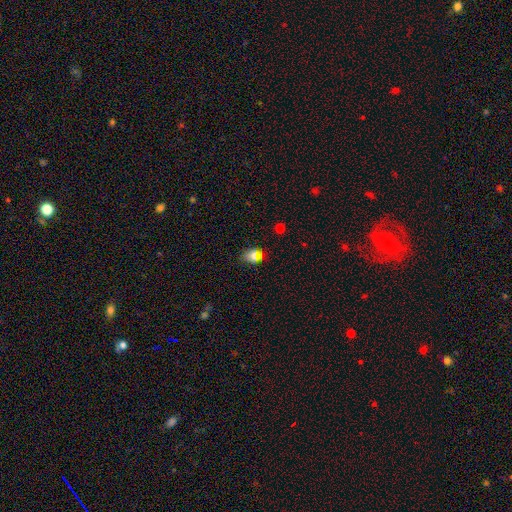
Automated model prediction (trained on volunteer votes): Smooth or featured? Predicted: smooth (p=0.74). How rounded? Predicted: in between (p=0.60). Merging? Predicted: none (p=0.80).